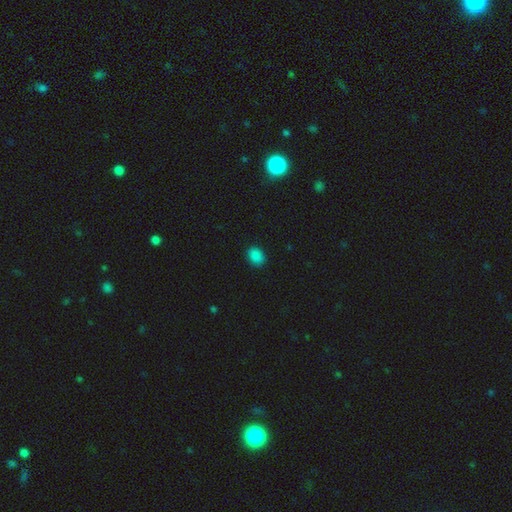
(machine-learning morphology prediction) Smooth or featured?
  - smooth: 85% *
  - star or artifact: 12%
  - featured or disk: 3%
How rounded?
  - in between: 58% *
  - round: 41%
  - cigar-shaped: 1%
Merging?
  - none: 88% *
  - minor disturbance: 9%
  - major disturbance: 2%
  - merger: 1%